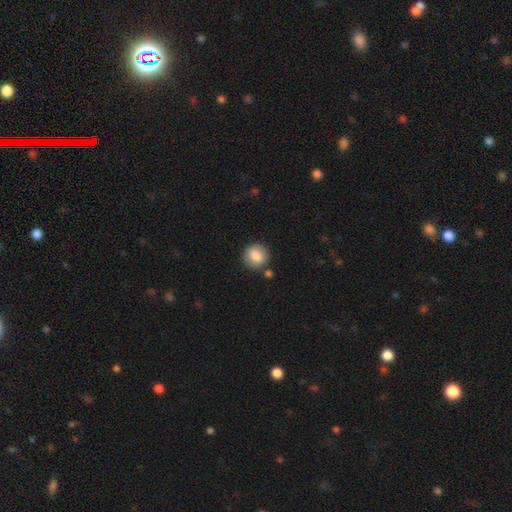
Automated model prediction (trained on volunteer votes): This appears to be a smooth galaxy with no disk features (85%) that is round (86%). Merging: none (82%).